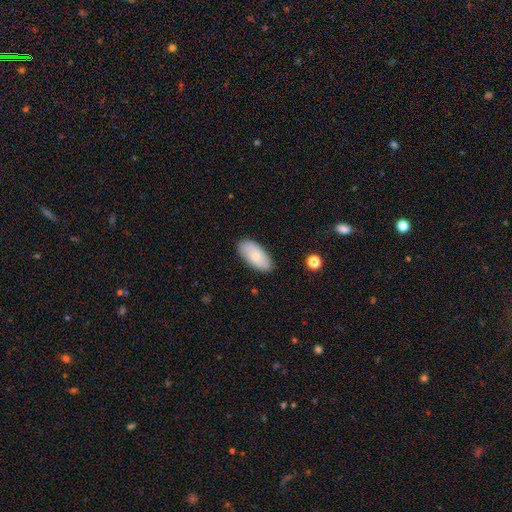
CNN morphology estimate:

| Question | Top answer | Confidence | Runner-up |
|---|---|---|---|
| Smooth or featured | smooth | 75% | featured or disk (19%) |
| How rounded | in between | 92% | cigar-shaped (6%) |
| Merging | none | 87% | minor disturbance (10%) |